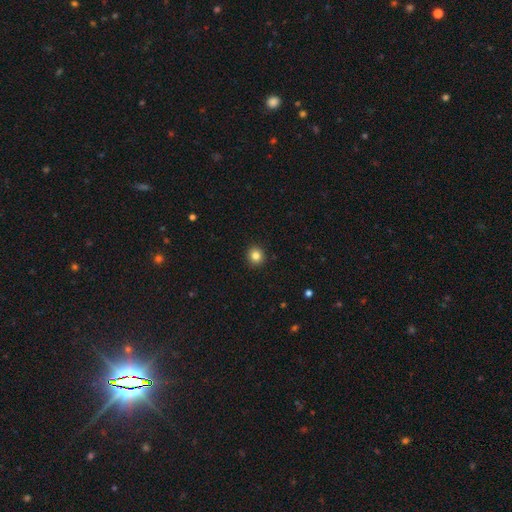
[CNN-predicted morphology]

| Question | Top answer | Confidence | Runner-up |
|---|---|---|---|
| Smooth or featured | smooth | 84% | star or artifact (11%) |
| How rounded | round | 86% | in between (13%) |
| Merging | none | 92% | minor disturbance (5%) |